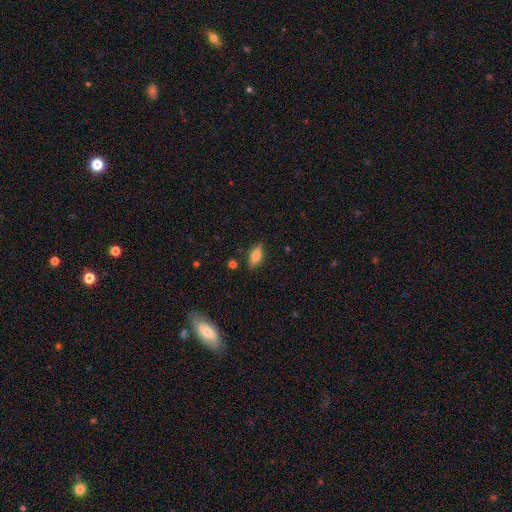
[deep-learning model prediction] smooth 58%, featured or disk 34%, star or artifact 8%. Down the decision tree: how rounded — in between (63%); merging — none (83%).